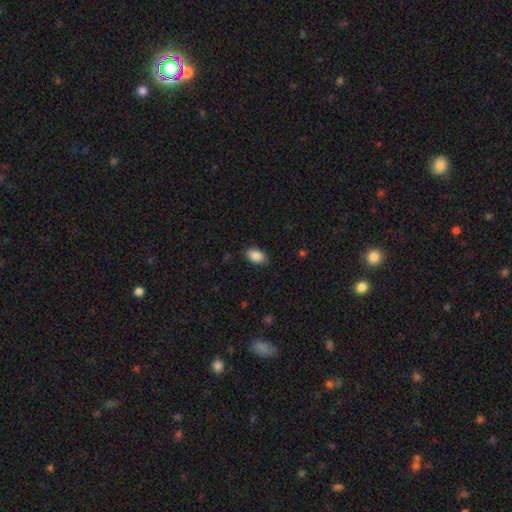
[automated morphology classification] This appears to be a smooth galaxy with no disk features (88%) that is in between round and cigar-shaped (92%). Merging: none (85%).